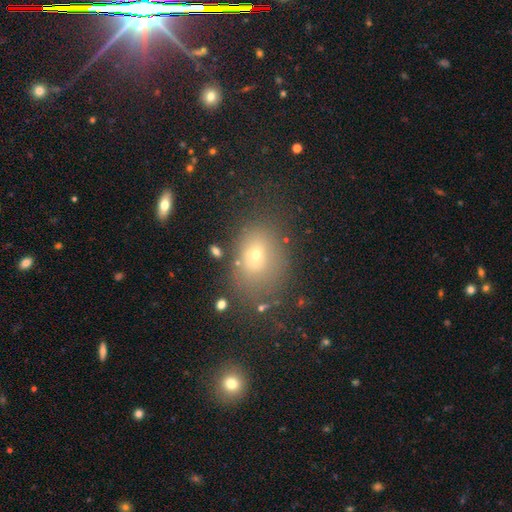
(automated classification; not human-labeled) Smooth or featured? Predicted: smooth (p=0.65). How rounded? Predicted: in between (p=0.65). Merging? Predicted: none (p=0.65).